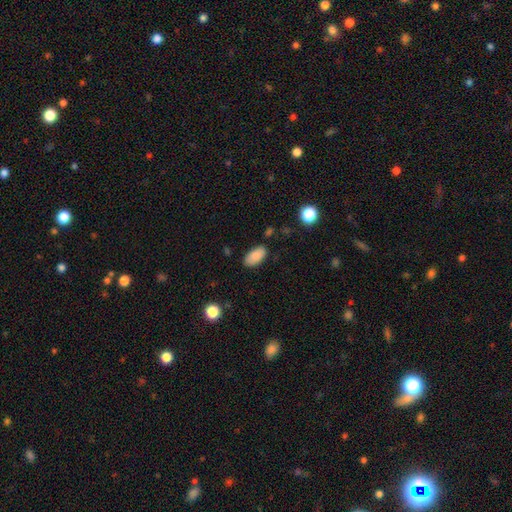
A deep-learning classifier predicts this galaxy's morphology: type=smooth (87%); roundness=in between (94%); merging=none (82%).